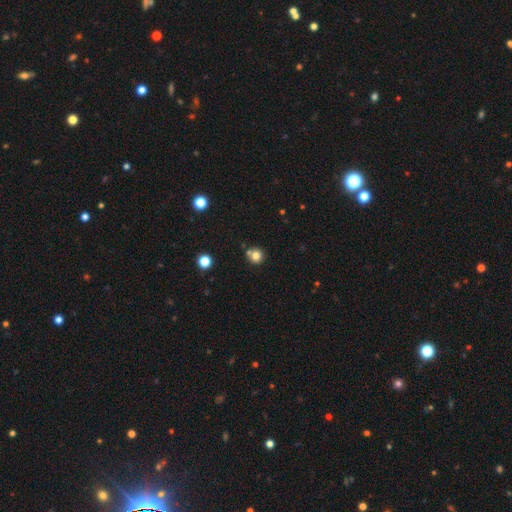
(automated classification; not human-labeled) Smooth or featured: smooth — 79% (star or artifact — 13%)
How rounded: round — 90% (in between — 9%)
Merging: none — 67% (merger — 20%)